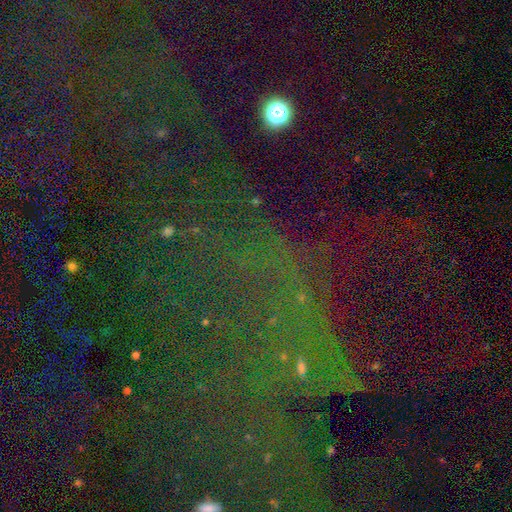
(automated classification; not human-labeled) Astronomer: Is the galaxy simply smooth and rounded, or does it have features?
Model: star or artifact — 76%.